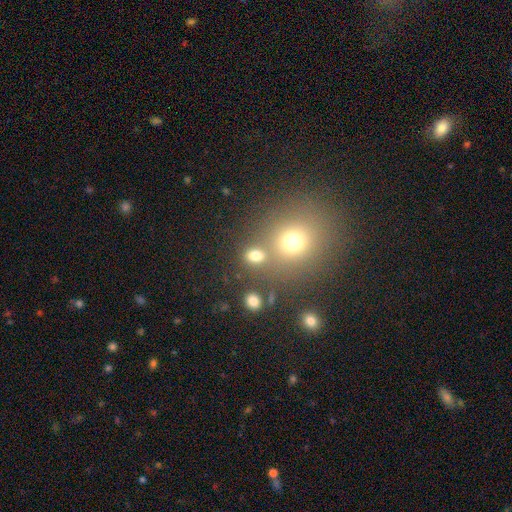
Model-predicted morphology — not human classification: The model was most divided on "how rounded": round: 55%, in between: 43%, cigar-shaped: 2%. More confident: smooth or featured — smooth (76%); merging — none (62%).